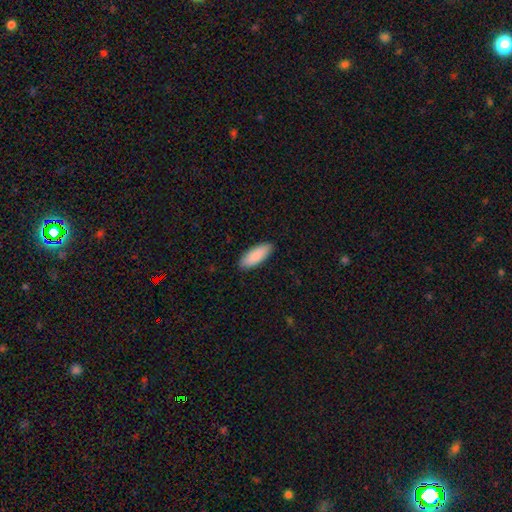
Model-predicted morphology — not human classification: smooth-or-featured: smooth: 89% | featured or disk: 6% | star or artifact: 5%
  how-rounded: in between: 79% | cigar-shaped: 20% | round: 2%
  merging: none: 89% | minor disturbance: 8% | major disturbance: 2% | merger: 1%